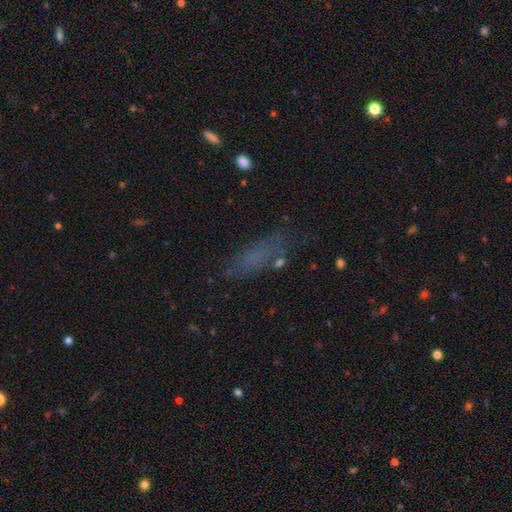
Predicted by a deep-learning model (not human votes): The model was most divided on "how rounded": in between: 54%, cigar-shaped: 42%, round: 4%. More confident: merging — none (64%); smooth or featured — smooth (63%).